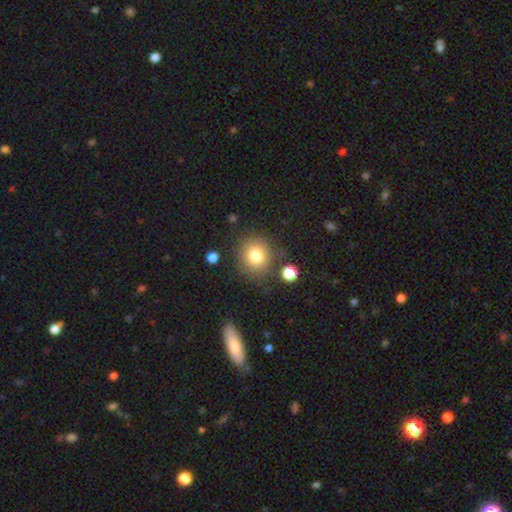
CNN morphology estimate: type=smooth (79%); roundness=round (88%); merging=none (80%).